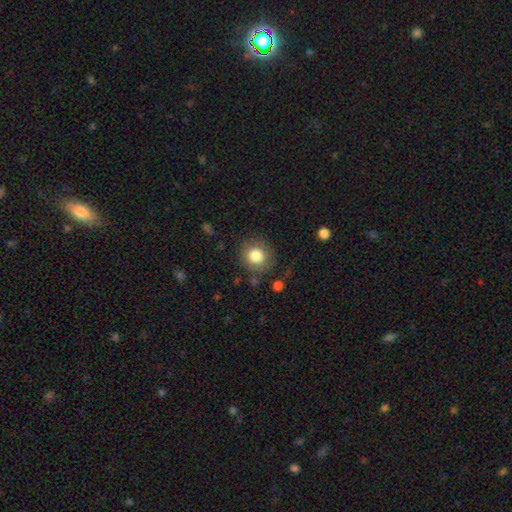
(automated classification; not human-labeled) A smooth galaxy with no disk features (82%) that is round (91%). Merging: none (83%).